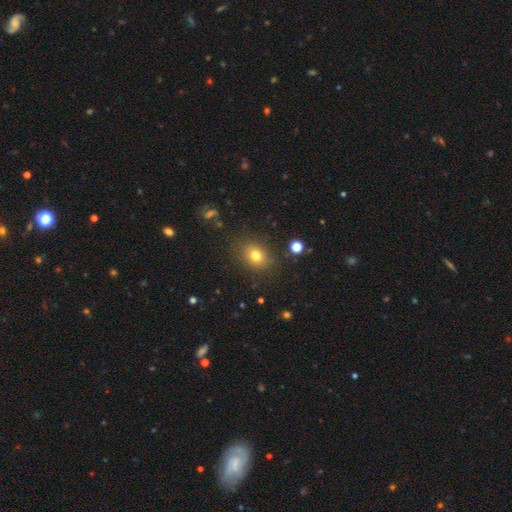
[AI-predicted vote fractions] Morphology: type=smooth (76%); roundness=round (52%); merging=none (84%).